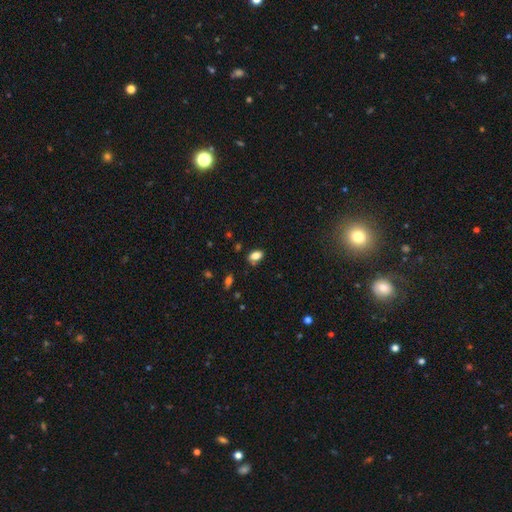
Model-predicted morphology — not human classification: Smooth or featured: smooth — 81% (star or artifact — 10%)
How rounded: in between — 88% (round — 9%)
Merging: none — 74% (minor disturbance — 18%)